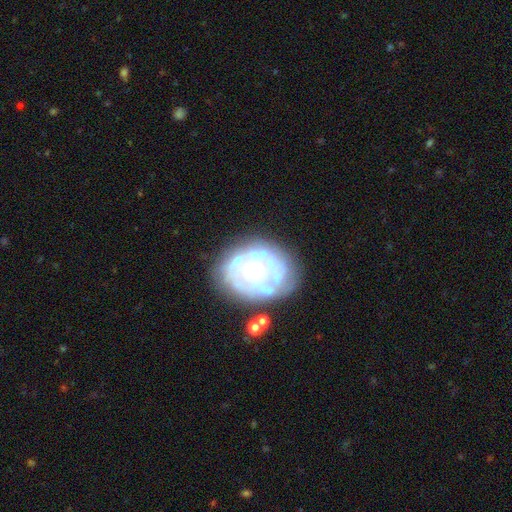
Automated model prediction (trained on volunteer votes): The model was most divided on "bulge size": moderate: 38%, small: 29%, none: 21%, large: 9%, dominant: 3%. More confident: edge-on disk — no (98%); bar — no (84%); smooth or featured — featured or disk (73%); spiral arms — no (61%); merging — none (59%).